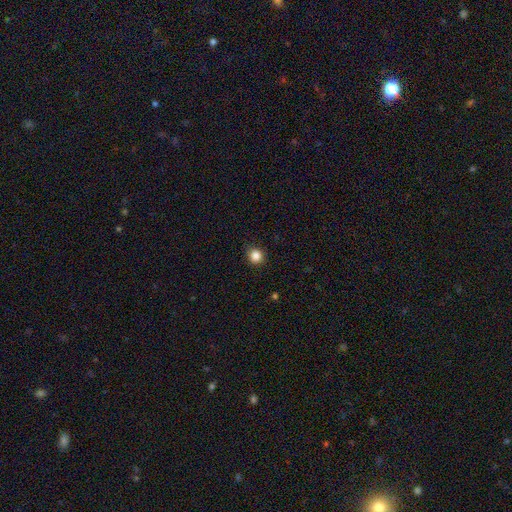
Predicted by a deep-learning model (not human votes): Q: Smooth or featured?
A: smooth (85%); runner-up: star or artifact (11%)
Q: How rounded?
A: round (90%); runner-up: in between (9%)
Q: Merging?
A: none (89%); runner-up: minor disturbance (8%)